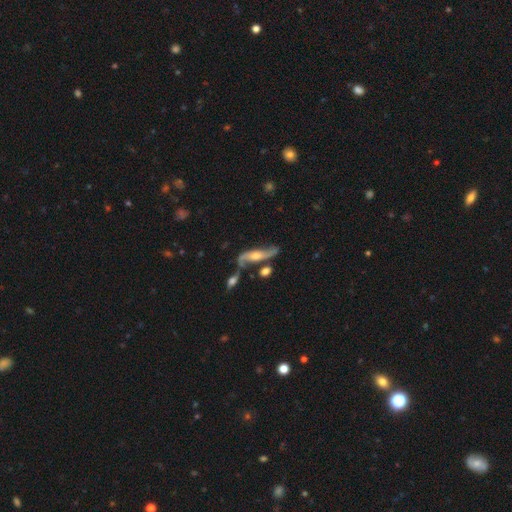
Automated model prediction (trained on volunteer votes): Smooth or featured?
  - featured or disk: 81% *
  - smooth: 13%
  - star or artifact: 6%
Edge-on disk?
  - no: 77% *
  - yes: 23%
Bar?
  - no: 52% *
  - weak: 31%
  - strong: 17%
Spiral arms?
  - yes: 93% *
  - no: 7%
Spiral winding?
  - loose: 75% *
  - medium: 18%
  - tight: 7%
Spiral arm count?
  - 2: 91% *
  - can't tell: 4%
  - 1: 3%
  - 3: 1%
  - 4: 1%
  - more than 4: 1%
Bulge size?
  - moderate: 57% *
  - small: 30%
  - large: 8%
  - none: 4%
  - dominant: 2%
Merging?
  - none: 55% *
  - minor disturbance: 18%
  - merger: 18%
  - major disturbance: 10%